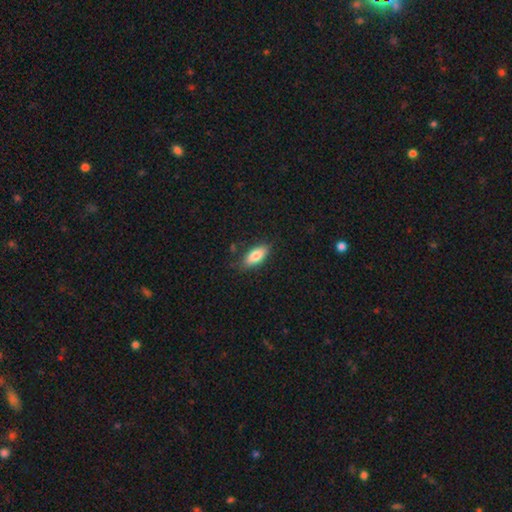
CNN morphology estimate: smooth 78%, featured or disk 15%, star or artifact 7%. Down the decision tree: how rounded — in between (83%); merging — none (79%).